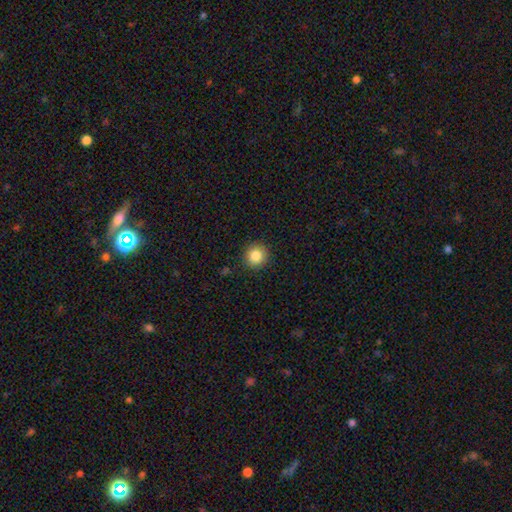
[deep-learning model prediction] Smooth or featured: smooth — 85% (star or artifact — 10%)
How rounded: round — 94% (in between — 5%)
Merging: none — 91% (minor disturbance — 6%)